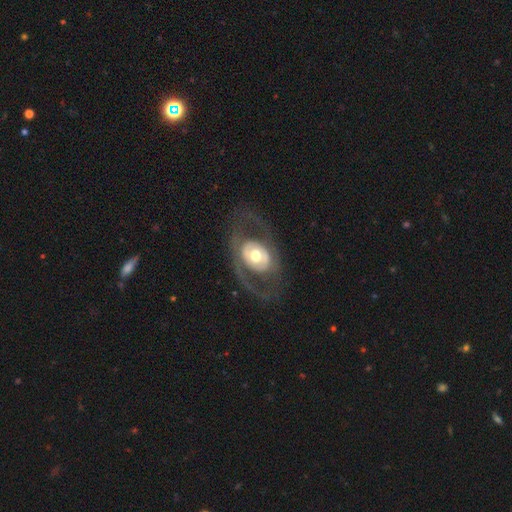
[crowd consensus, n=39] smooth_or_featured: featured or disk (p=0.72) [alt: smooth p=0.26]
disk_edge_on: no (p=0.96) [alt: yes p=0.04]
bar: no (p=0.74) [alt: weak p=0.22]
has_spiral_arms: no (p=0.78) [alt: yes p=0.22]
bulge_size: moderate (p=0.63) [alt: large p=0.26]
merging: none (p=0.66) [alt: major disturbance p=0.26]